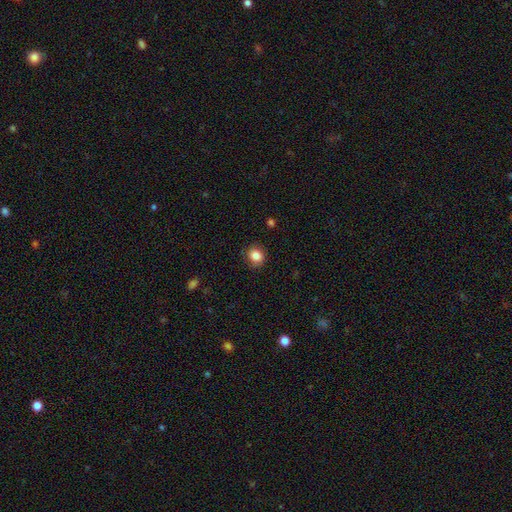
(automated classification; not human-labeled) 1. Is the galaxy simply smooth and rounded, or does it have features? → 84% smooth, 10% star or artifact, 6% featured or disk.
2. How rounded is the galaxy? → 70% round, 29% in between, 1% cigar-shaped.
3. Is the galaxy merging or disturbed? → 84% none, 12% minor disturbance, 3% major disturbance, 1% merger.